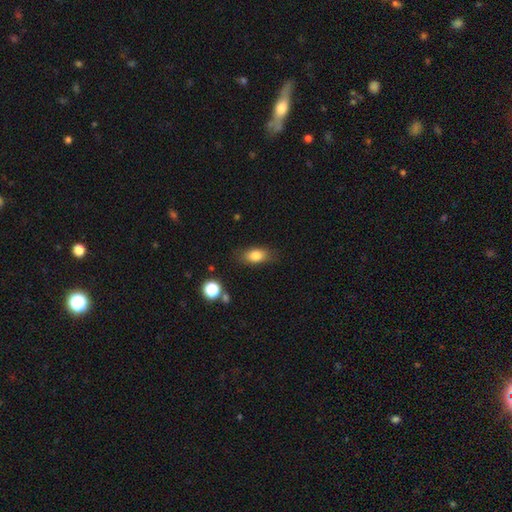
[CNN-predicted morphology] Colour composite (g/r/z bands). It shows a smooth galaxy with no disk features (80%) that is in between round and cigar-shaped (82%). Merging: none (80%).